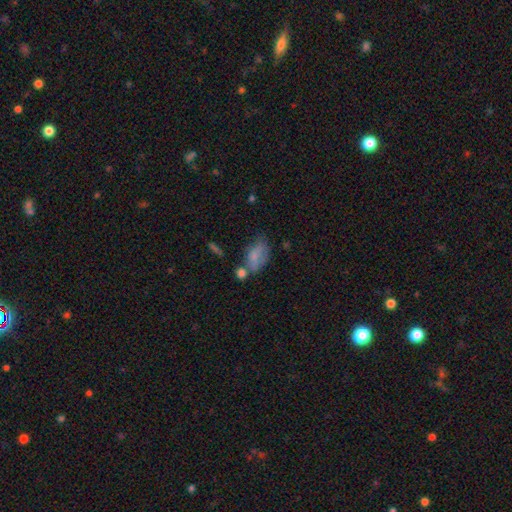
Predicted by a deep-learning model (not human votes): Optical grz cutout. It shows a smooth galaxy with no disk features (73%) that is in between round and cigar-shaped (88%). Merging: none (34%).